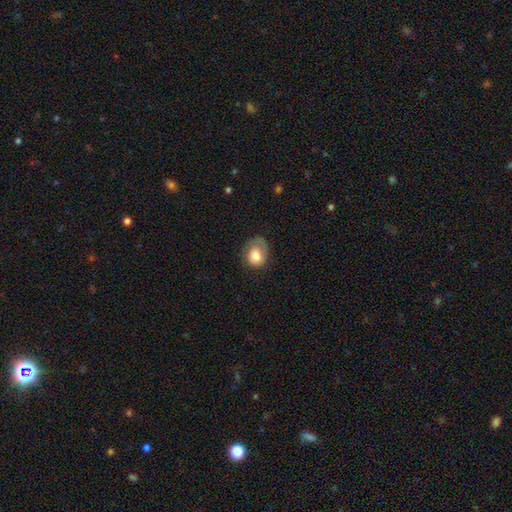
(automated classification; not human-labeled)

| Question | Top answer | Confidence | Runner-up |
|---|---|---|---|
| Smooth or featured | smooth | 68% | featured or disk (25%) |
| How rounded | in between | 53% | round (46%) |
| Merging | none | 48% | minor disturbance (28%) |